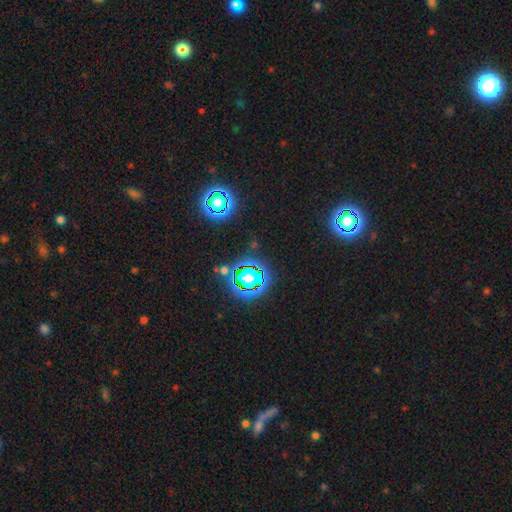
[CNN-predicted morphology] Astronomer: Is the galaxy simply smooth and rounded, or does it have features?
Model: star or artifact — 80%.